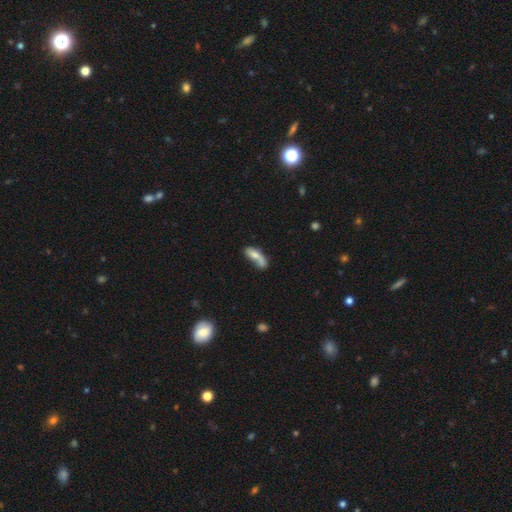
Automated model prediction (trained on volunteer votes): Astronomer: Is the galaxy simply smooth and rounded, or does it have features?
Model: smooth — 64%.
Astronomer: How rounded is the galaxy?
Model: in between — 64%.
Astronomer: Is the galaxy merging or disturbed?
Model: none — 36% (runner-up: merger, 26%).